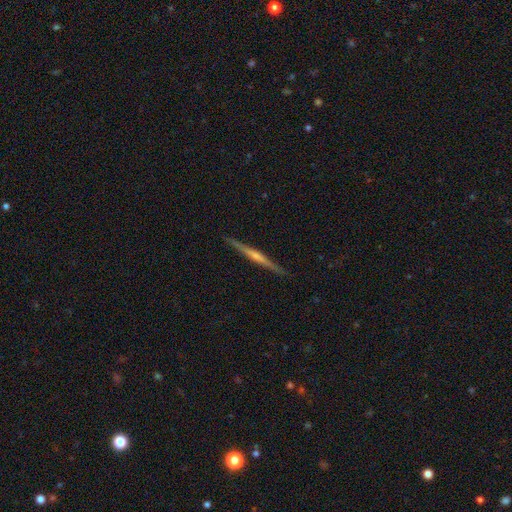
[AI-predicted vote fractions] smooth-or-featured: featured or disk: 77% | smooth: 18% | star or artifact: 5%
  disk-edge-on: yes: 98% | no: 2%
    edge-on-bulge: rounded: 66% | none: 25% | boxy: 9%
  merging: none: 91% | minor disturbance: 6% | major disturbance: 1% | merger: 1%